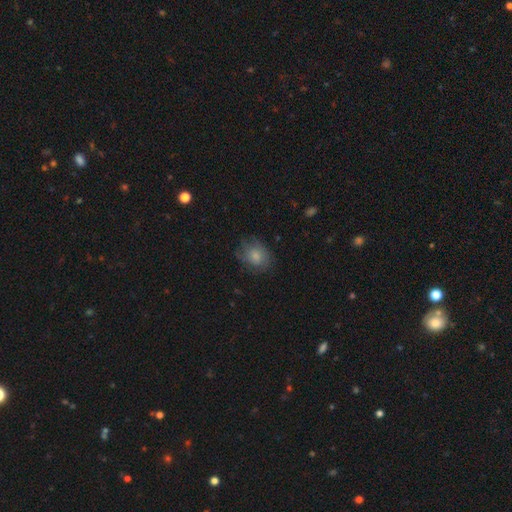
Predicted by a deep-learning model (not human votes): This is likely a smooth galaxy (71%). How rounded: possibly round (56%). Merging: likely none (66%).